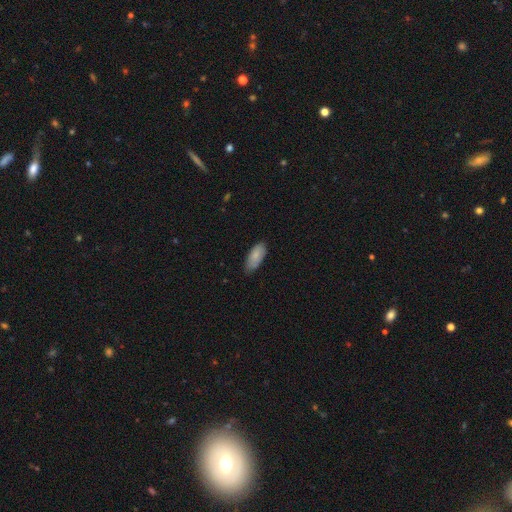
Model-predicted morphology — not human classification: A smooth galaxy with no disk features (81%) that is in between round and cigar-shaped (88%).

Vote fractions:
- Smooth or featured? smooth: 81% / featured or disk: 13% / star or artifact: 6%
- How rounded? in between: 88% / cigar-shaped: 11% / round: 2%
- Merging? none: 69% / minor disturbance: 26% / major disturbance: 3% / merger: 1%